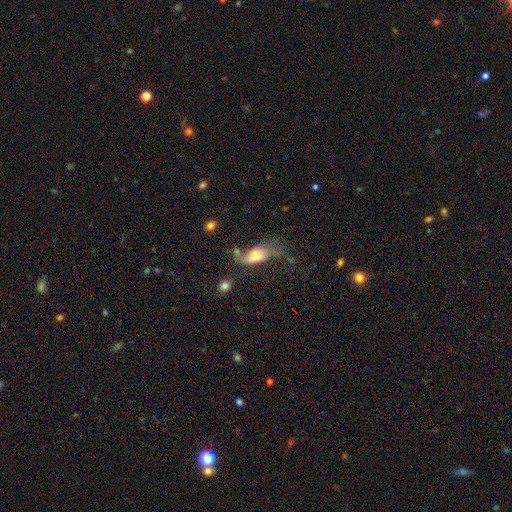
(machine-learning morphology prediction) smooth-or-featured: smooth: 65% | featured or disk: 25% | star or artifact: 10%
  how-rounded: in between: 82% | cigar-shaped: 14% | round: 4%
  merging: major disturbance: 36% | minor disturbance: 26% | none: 25% | merger: 13%